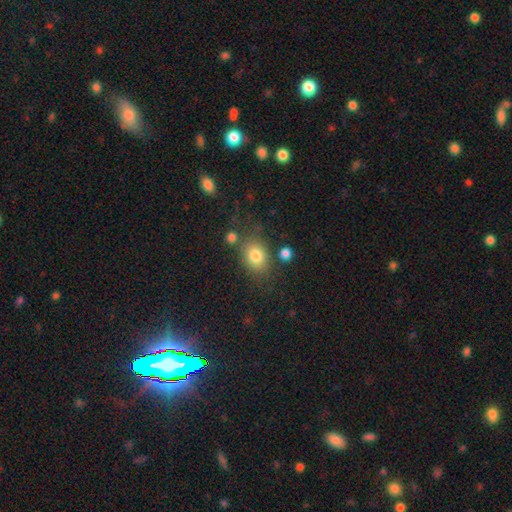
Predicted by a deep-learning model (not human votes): The model was most divided on "how rounded": in between: 56%, round: 43%, cigar-shaped: 1%. More confident: smooth or featured — smooth (81%); merging — none (71%).